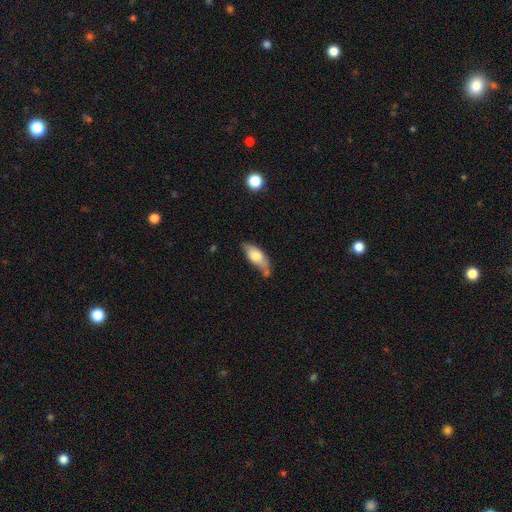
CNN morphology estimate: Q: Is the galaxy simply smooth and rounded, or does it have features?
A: smooth — 71%.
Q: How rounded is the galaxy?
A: in between — 73%.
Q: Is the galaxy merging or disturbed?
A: none — 48%.